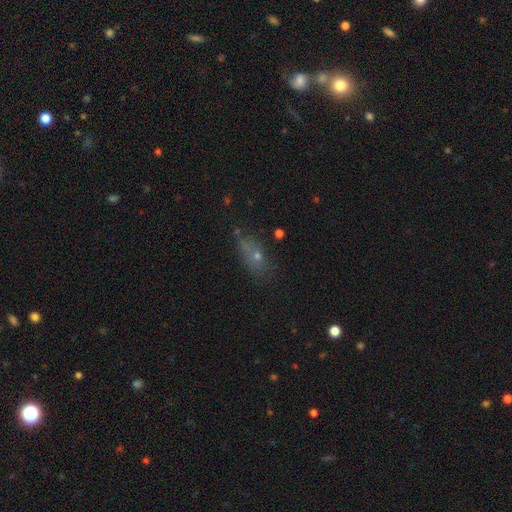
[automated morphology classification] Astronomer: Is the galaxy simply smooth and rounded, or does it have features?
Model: smooth — 56%.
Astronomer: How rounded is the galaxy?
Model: in between — 72%.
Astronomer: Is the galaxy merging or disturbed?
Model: none — 59%.